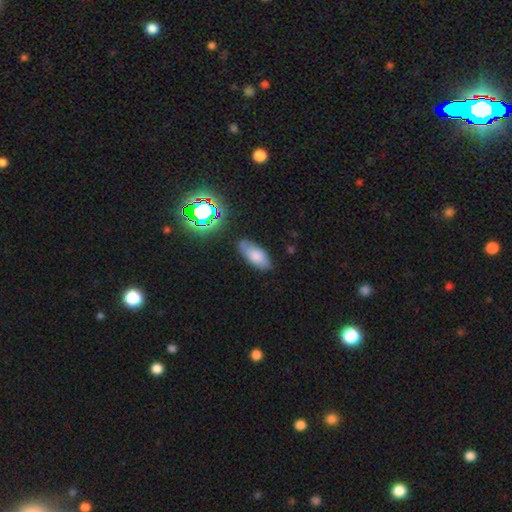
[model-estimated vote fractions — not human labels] smooth 76%, featured or disk 14%, star or artifact 10%. Down the decision tree: how rounded — in between (87%); merging — none (75%).